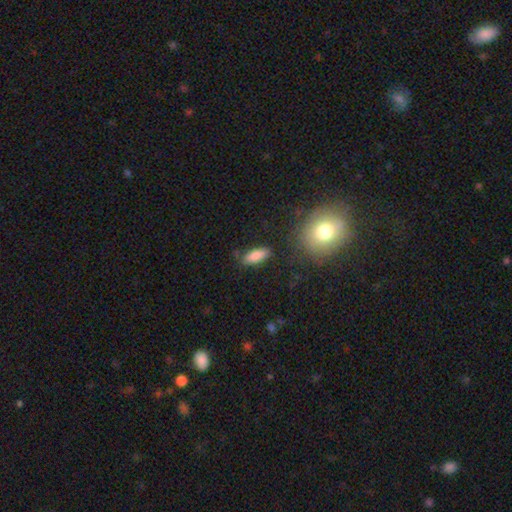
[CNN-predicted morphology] Smooth or featured? smooth (85%)
How rounded? in between (75%)
Merging? none (81%)